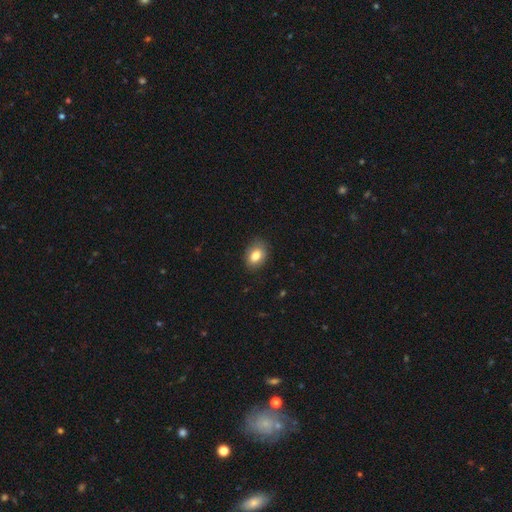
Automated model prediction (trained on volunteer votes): smooth_or_featured: smooth (p=0.83) [alt: featured or disk p=0.09]
how_rounded: in between (p=0.78) [alt: round p=0.21]
merging: none (p=0.82) [alt: minor disturbance p=0.14]